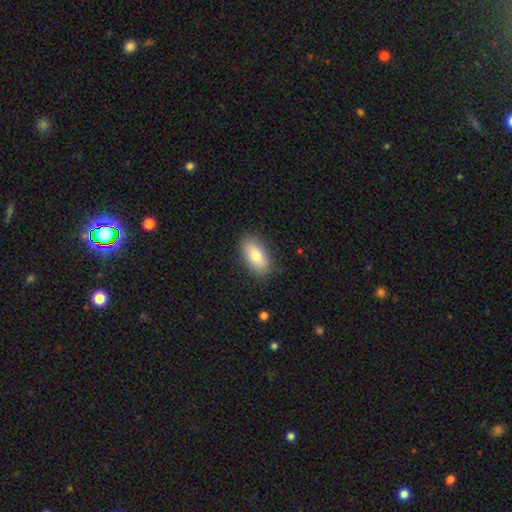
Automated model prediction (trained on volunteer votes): Overall: smooth (81%). How rounded: in between (91%). Merging: none (85%).